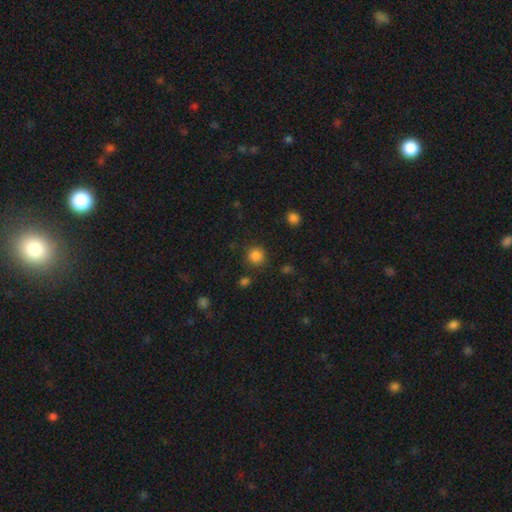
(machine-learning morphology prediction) The model was most divided on "smooth or featured": smooth: 84%, star or artifact: 12%, featured or disk: 4%. More confident: how rounded — round (93%); merging — none (86%).